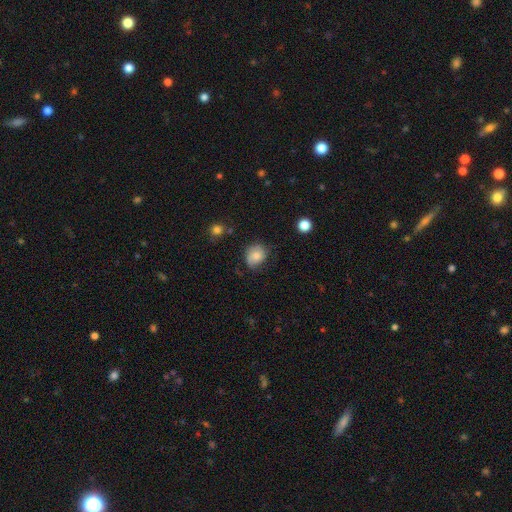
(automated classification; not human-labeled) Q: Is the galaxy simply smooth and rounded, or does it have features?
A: smooth — 74%.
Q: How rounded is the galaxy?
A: round — 65%.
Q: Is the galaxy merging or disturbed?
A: none — 62%.